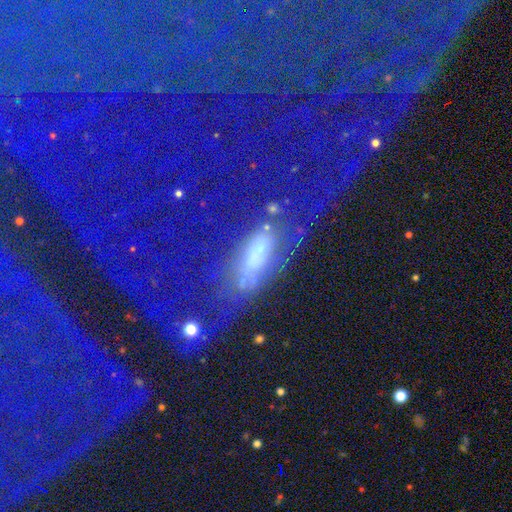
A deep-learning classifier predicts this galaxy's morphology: Smooth or featured? Predicted: featured or disk (p=0.40). Merging? Predicted: none (p=0.42).